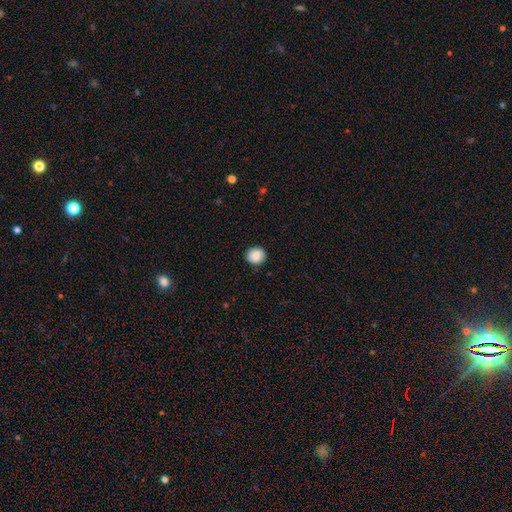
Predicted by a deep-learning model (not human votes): Smooth or featured? smooth (82%)
How rounded? round (82%)
Merging? none (85%)